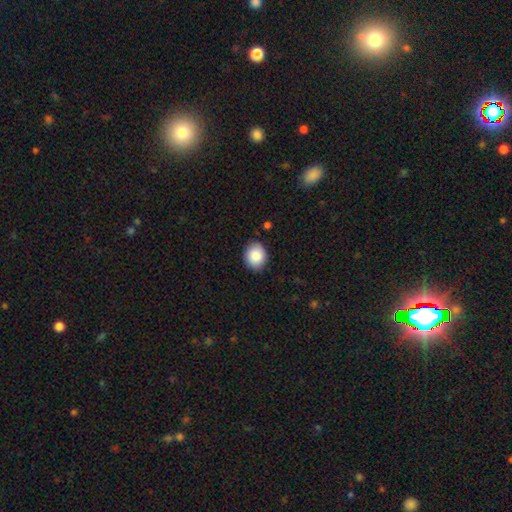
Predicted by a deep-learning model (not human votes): A smooth galaxy with no disk features (88%) that is round (67%). Merging: none (86%).